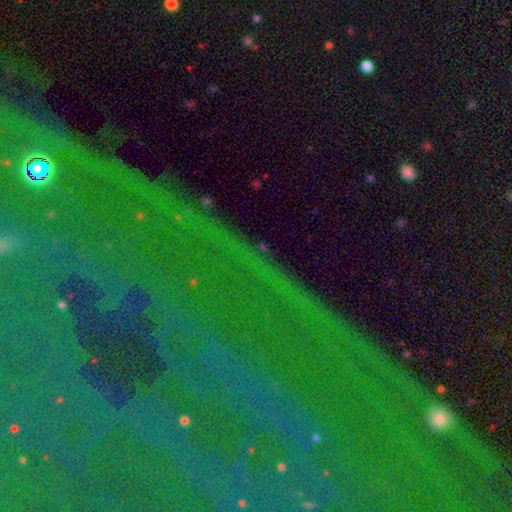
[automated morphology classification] star or artifact 82%, featured or disk 10%, smooth 8%.